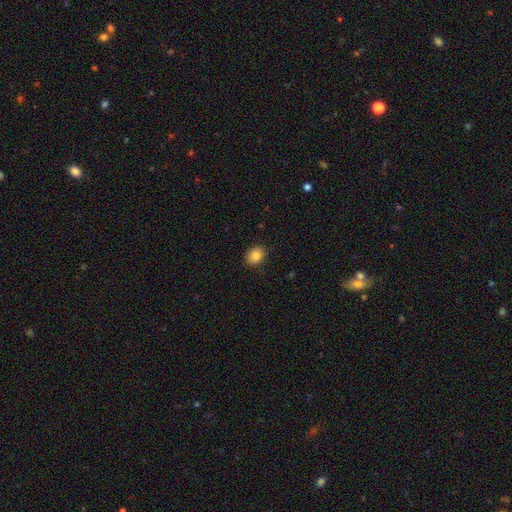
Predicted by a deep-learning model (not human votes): Smooth or featured?
  - smooth: 85% *
  - star or artifact: 10%
  - featured or disk: 5%
How rounded?
  - in between: 51% *
  - round: 48%
  - cigar-shaped: 1%
Merging?
  - none: 88% *
  - minor disturbance: 9%
  - major disturbance: 2%
  - merger: 1%